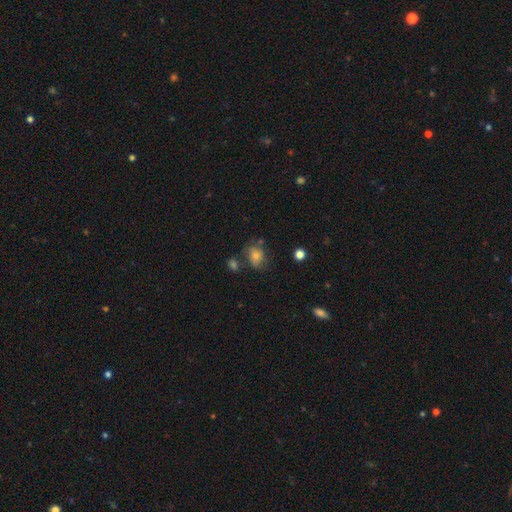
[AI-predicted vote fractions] A smooth galaxy with no disk features (68%) that is in between round and cigar-shaped (52%). Merging: none (56%).